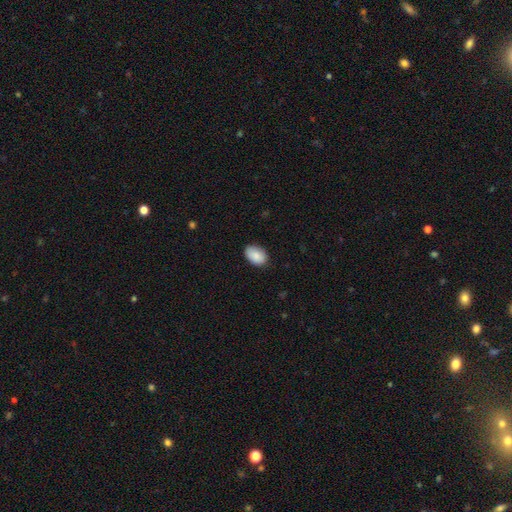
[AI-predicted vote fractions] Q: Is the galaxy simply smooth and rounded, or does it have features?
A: smooth — 89%.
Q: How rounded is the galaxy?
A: in between — 87%.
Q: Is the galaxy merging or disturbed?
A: none — 82%.